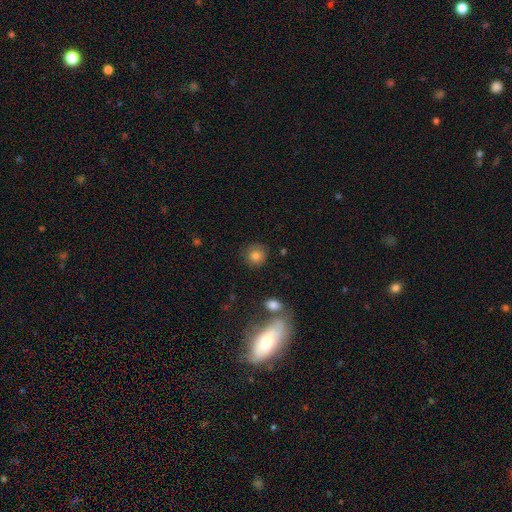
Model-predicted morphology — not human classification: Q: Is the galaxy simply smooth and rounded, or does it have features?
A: smooth — 80%.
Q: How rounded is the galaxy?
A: round — 88%.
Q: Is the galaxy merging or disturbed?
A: none — 79%.